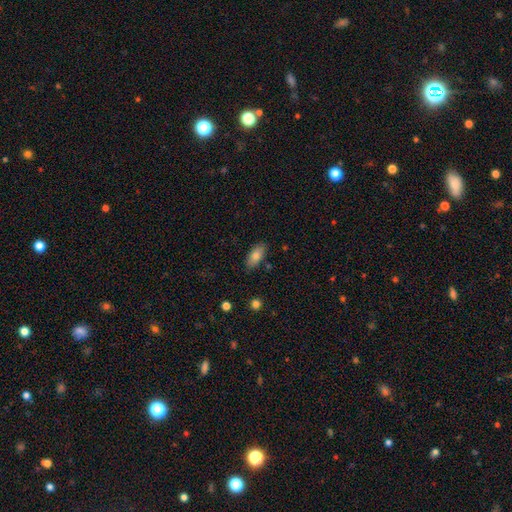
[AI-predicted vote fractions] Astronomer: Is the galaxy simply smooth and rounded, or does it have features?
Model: smooth — 78%.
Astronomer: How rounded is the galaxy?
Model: in between — 89%.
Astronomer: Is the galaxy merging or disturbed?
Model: none — 85%.